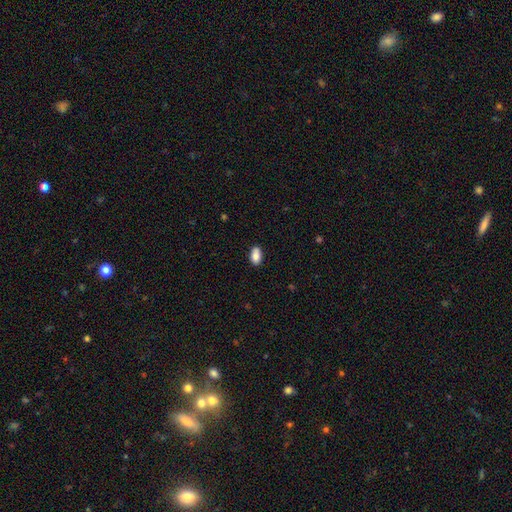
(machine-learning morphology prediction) A smooth galaxy with no disk features (87%) that is in between round and cigar-shaped (92%). Merging: none (82%).